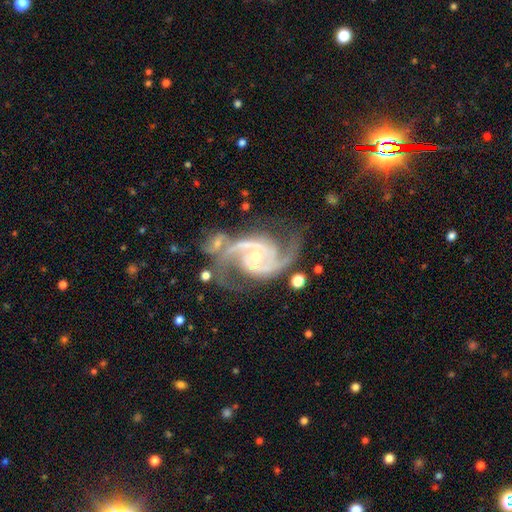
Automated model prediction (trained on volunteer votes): Smooth or featured? Predicted: featured or disk (p=0.93). Edge-on disk? Predicted: no (p=0.98). Bar? Predicted: no (p=0.50). Spiral arms? Predicted: yes (p=0.98). Spiral winding? Predicted: medium (p=0.62). Spiral arm count? Predicted: 2 (p=0.84). Bulge size? Predicted: small (p=0.61). Merging? Predicted: none (p=0.56).